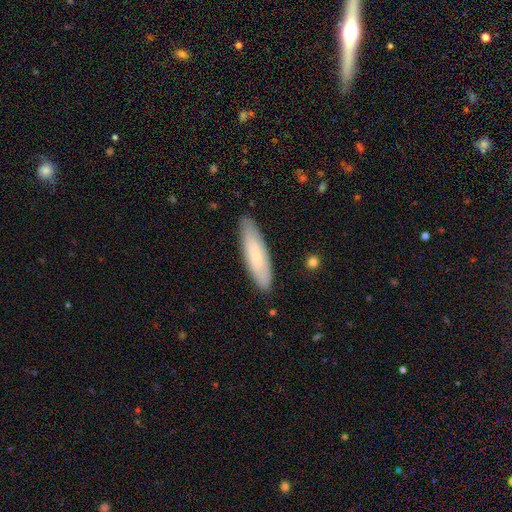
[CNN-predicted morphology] Smooth or featured?
  - smooth: 66% *
  - featured or disk: 28%
  - star or artifact: 6%
How rounded?
  - cigar-shaped: 69% *
  - in between: 30%
  - round: 1%
Merging?
  - none: 87% *
  - minor disturbance: 10%
  - major disturbance: 2%
  - merger: 1%